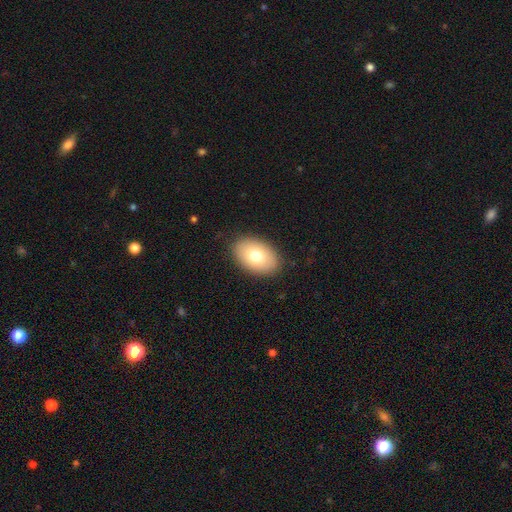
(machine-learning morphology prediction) smooth-or-featured: smooth: 74% | featured or disk: 18% | star or artifact: 8%
  how-rounded: in between: 88% | round: 11% | cigar-shaped: 1%
  merging: none: 88% | minor disturbance: 9% | major disturbance: 2% | merger: 1%